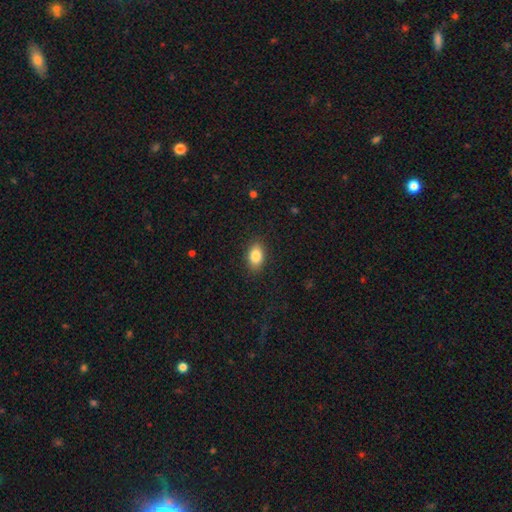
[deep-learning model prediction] smooth 85%, star or artifact 8%, featured or disk 7%. Down the decision tree: how rounded — in between (88%); merging — none (87%).